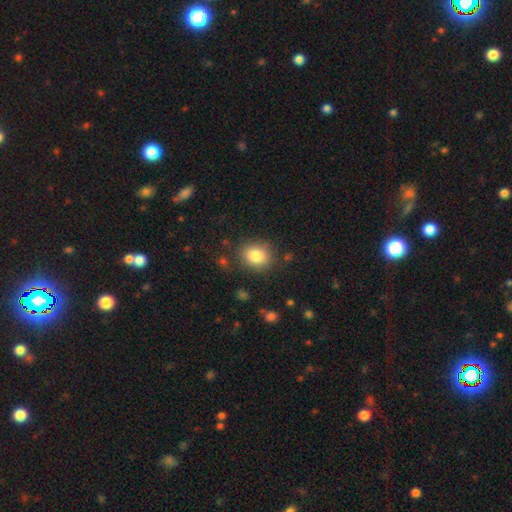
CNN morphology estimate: Q: Smooth or featured?
A: smooth (85%); runner-up: star or artifact (9%)
Q: How rounded?
A: round (57%); runner-up: in between (42%)
Q: Merging?
A: none (81%); runner-up: minor disturbance (12%)